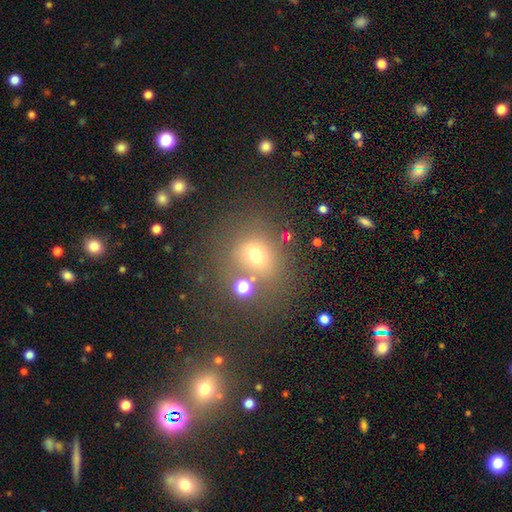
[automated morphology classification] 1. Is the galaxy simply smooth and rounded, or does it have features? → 62% smooth, 23% star or artifact, 14% featured or disk.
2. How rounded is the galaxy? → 73% round, 26% in between, 1% cigar-shaped.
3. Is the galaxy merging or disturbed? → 65% none, 14% merger, 13% minor disturbance, 8% major disturbance.